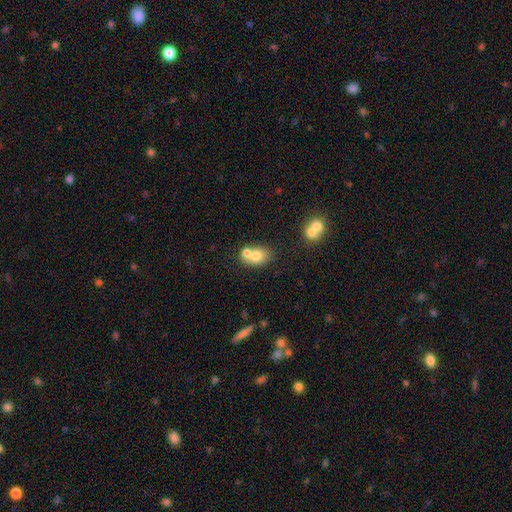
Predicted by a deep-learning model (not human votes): This is likely a smooth galaxy (73%). How rounded: possibly in between (60%). Merging: possibly merger (49%).